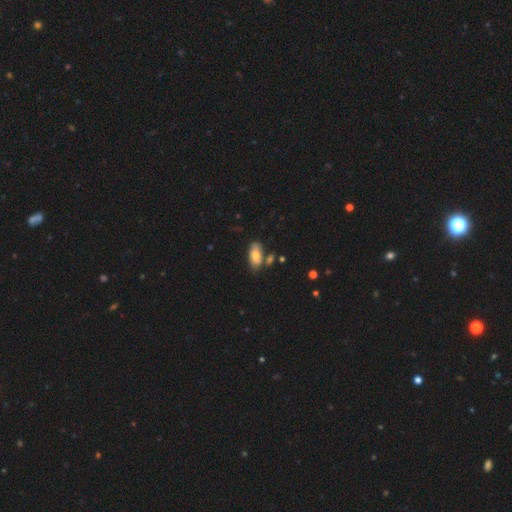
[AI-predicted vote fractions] A smooth galaxy with no disk features (75%) that is in between round and cigar-shaped (89%). Merging: none (62%).